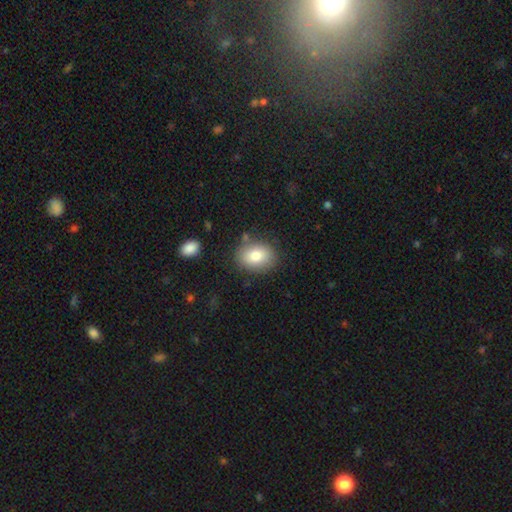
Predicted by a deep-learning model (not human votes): smooth 79%, featured or disk 12%, star or artifact 8%. Down the decision tree: how rounded — in between (68%); merging — none (81%).